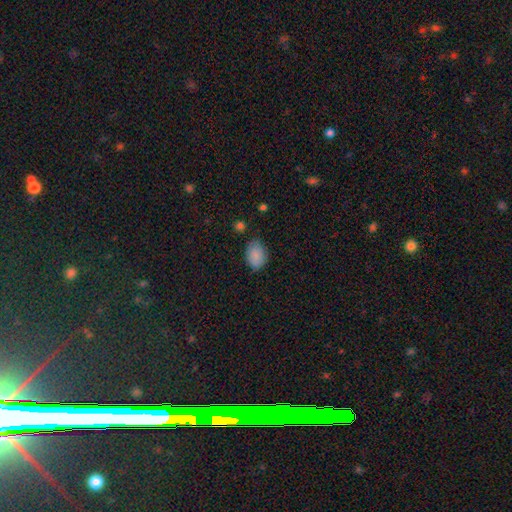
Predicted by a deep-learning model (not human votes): Q: Smooth or featured?
A: smooth (86%); runner-up: star or artifact (8%)
Q: How rounded?
A: in between (77%); runner-up: round (22%)
Q: Merging?
A: none (72%); runner-up: minor disturbance (22%)